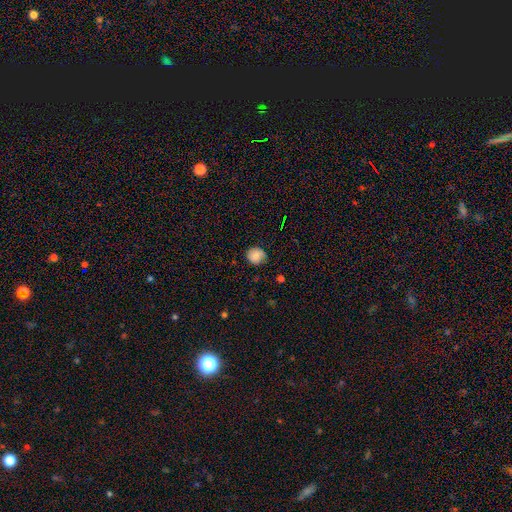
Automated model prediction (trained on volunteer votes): This is likely a smooth galaxy (80%). How rounded: clearly round (84%). Merging: likely none (77%).